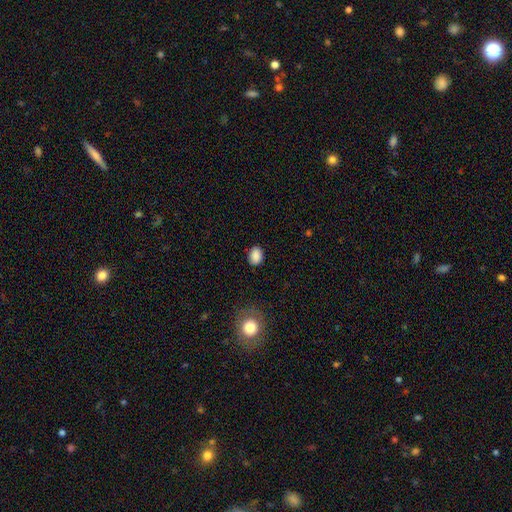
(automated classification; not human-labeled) smooth_or_featured: smooth (p=0.87) [alt: star or artifact p=0.09]
how_rounded: in between (p=0.68) [alt: round p=0.31]
merging: none (p=0.86) [alt: minor disturbance p=0.10]